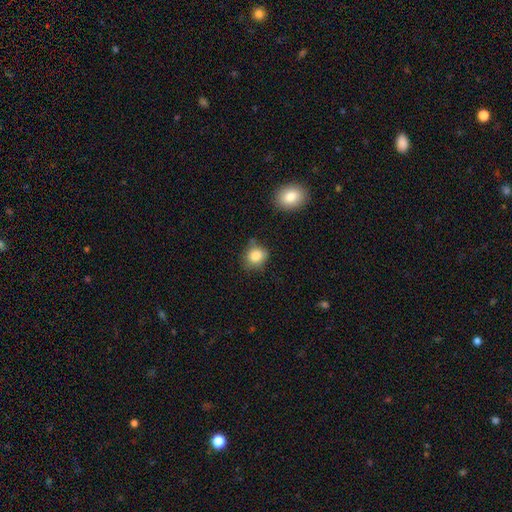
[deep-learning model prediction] Q: Smooth or featured?
A: smooth (85%); runner-up: star or artifact (9%)
Q: How rounded?
A: round (67%); runner-up: in between (31%)
Q: Merging?
A: none (64%); runner-up: minor disturbance (25%)